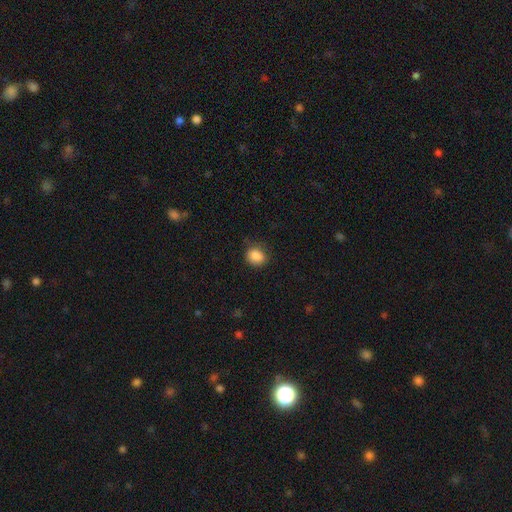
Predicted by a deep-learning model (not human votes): This is clearly a smooth galaxy (86%). How rounded: likely round (64%). Merging: likely none (76%).